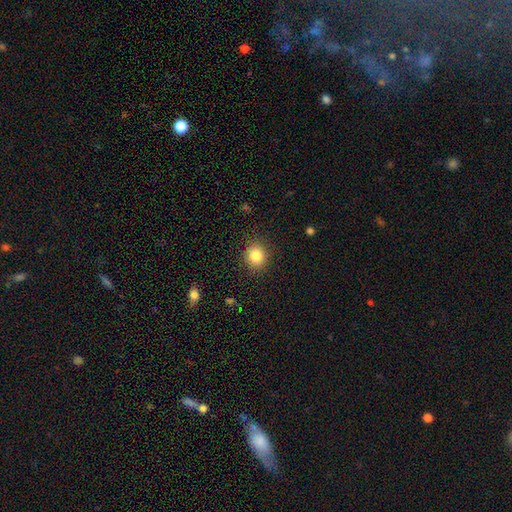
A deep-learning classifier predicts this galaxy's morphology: Smooth or featured? Predicted: smooth (p=0.83). How rounded? Predicted: round (p=0.76). Merging? Predicted: none (p=0.88).